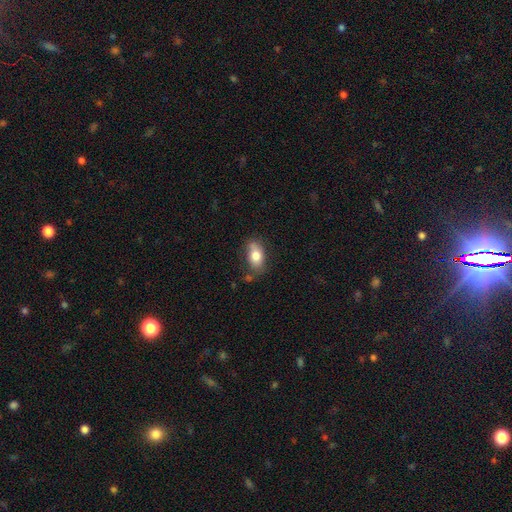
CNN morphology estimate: smooth-or-featured: smooth: 78% | featured or disk: 15% | star or artifact: 7%
  how-rounded: in between: 88% | round: 8% | cigar-shaped: 4%
  merging: none: 66% | minor disturbance: 23% | merger: 6% | major disturbance: 5%